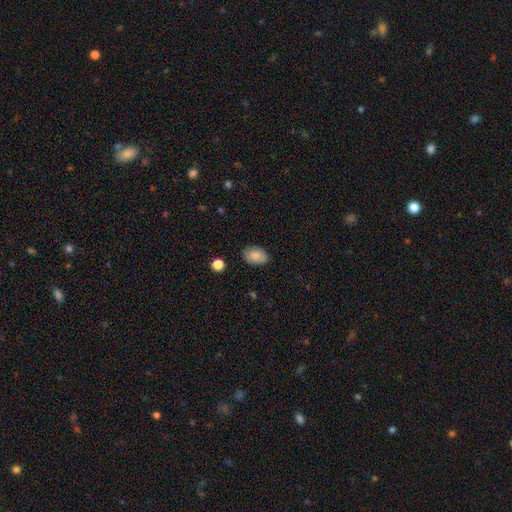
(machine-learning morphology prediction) Smooth or featured: smooth — 84% (featured or disk — 8%)
How rounded: in between — 87% (round — 12%)
Merging: none — 83% (minor disturbance — 13%)